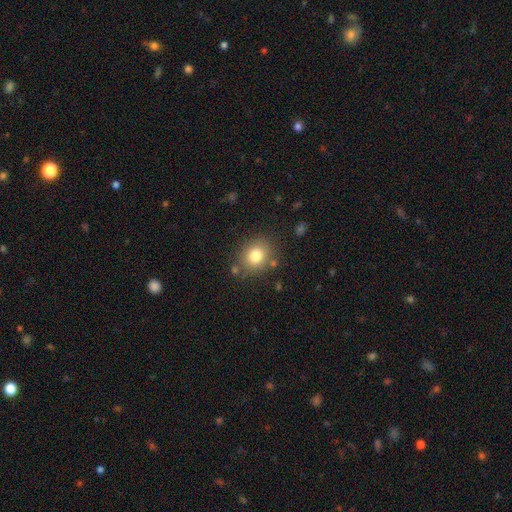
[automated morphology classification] Smooth or featured? smooth (80%)
How rounded? round (70%)
Merging? none (79%)